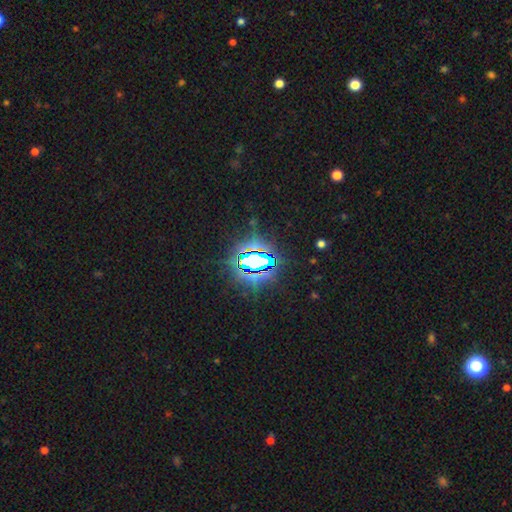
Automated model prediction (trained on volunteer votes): star or artifact 84%, smooth 9%, featured or disk 7%.